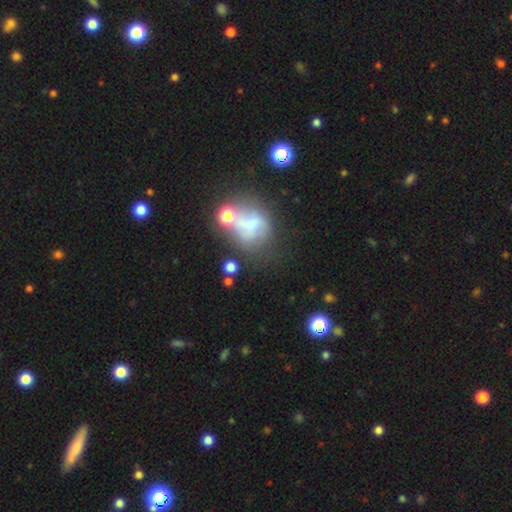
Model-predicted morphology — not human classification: smooth-or-featured: smooth: 42% | star or artifact: 29% | featured or disk: 29%
  merging: none: 44% | merger: 24% | minor disturbance: 17% | major disturbance: 15%